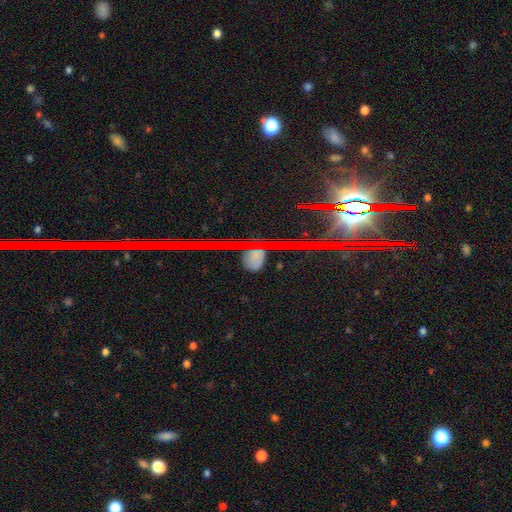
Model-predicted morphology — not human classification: This is possibly a star or artifact rather than a galaxy (59%).